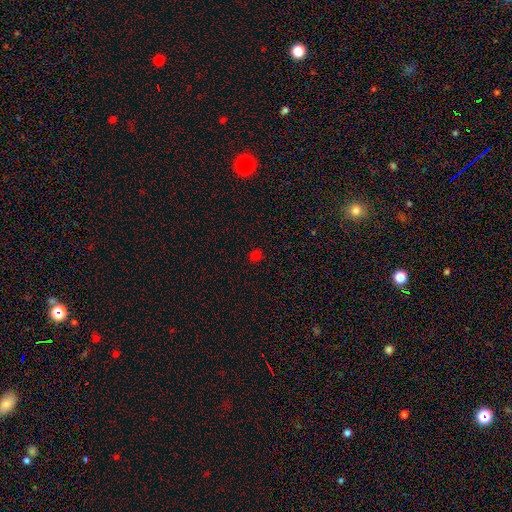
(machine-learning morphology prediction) The model was most divided on "smooth or featured": smooth: 74%, star or artifact: 23%, featured or disk: 4%. More confident: merging — none (89%); how rounded — round (80%).